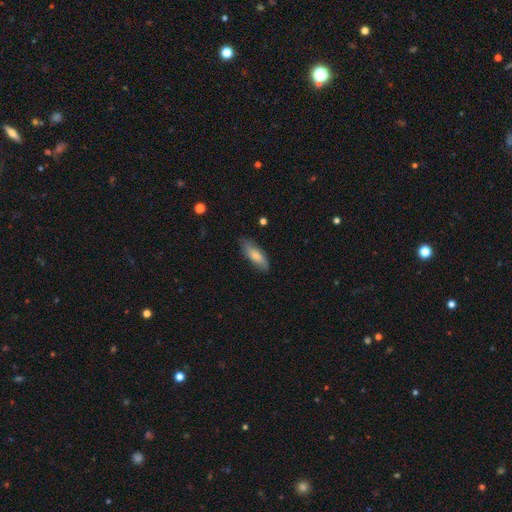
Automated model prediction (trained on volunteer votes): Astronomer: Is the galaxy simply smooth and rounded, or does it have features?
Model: smooth — 73%.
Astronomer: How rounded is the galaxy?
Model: in between — 64%.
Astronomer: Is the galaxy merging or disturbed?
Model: none — 76%.